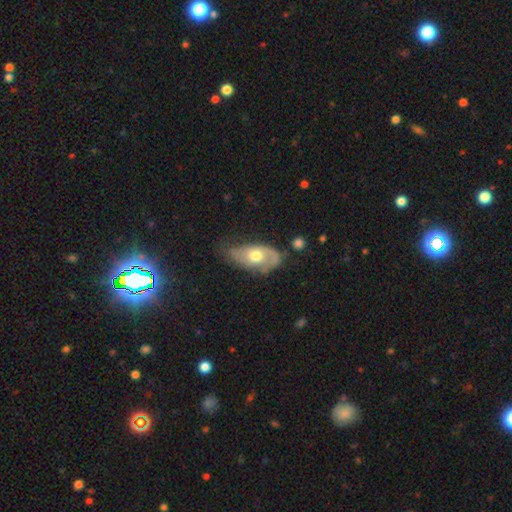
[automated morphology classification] Smooth or featured?
  - featured or disk: 60% *
  - smooth: 34%
  - star or artifact: 6%
Edge-on disk?
  - no: 91% *
  - yes: 9%
Bar?
  - no: 81% *
  - weak: 16%
  - strong: 3%
Spiral arms?
  - yes: 70% *
  - no: 30%
Bulge size?
  - moderate: 73% *
  - large: 15%
  - small: 10%
  - dominant: 1%
  - none: 1%
Merging?
  - none: 44% *
  - minor disturbance: 33%
  - major disturbance: 20%
  - merger: 4%